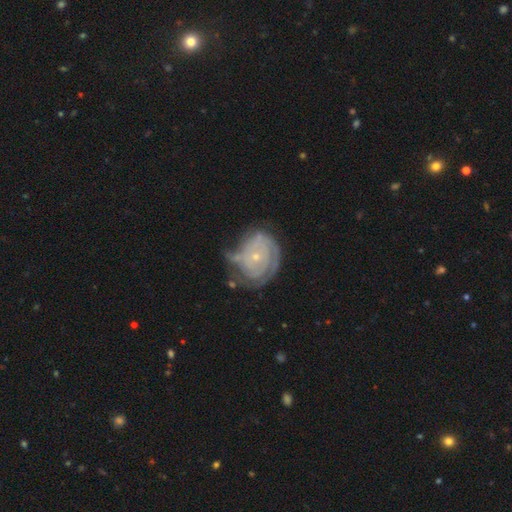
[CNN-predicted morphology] Smooth or featured? featured or disk (80%)
Edge-on disk? no (97%)
Bar? no (80%)
Spiral arms? yes (90%)
Spiral winding? tight (77%)
Spiral arm count? can't tell (41%)
Bulge size? small (76%)
Merging? none (48%)